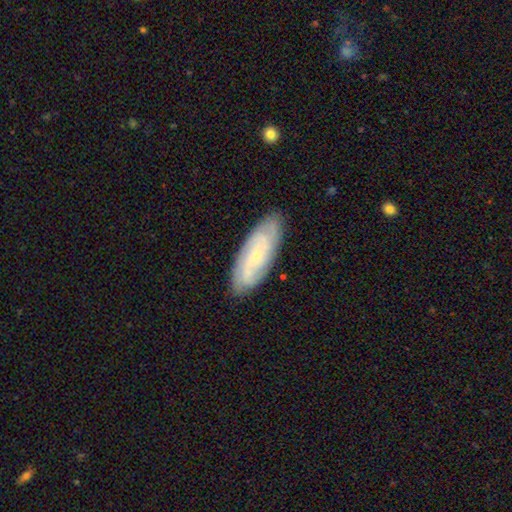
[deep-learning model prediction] A featured or disk galaxy (68%) with no bar (71%), tight (61%) spiral arms (90%) and a small central bulge (82%). Merging: none (83%).